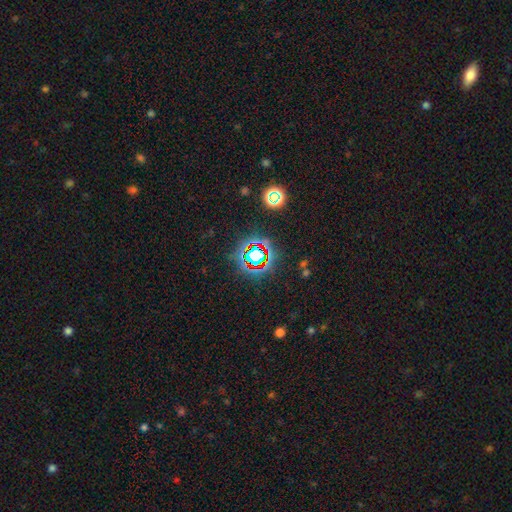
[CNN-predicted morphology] A star or artifact, not a galaxy (71%).

Vote fractions:
- Smooth or featured? star or artifact: 71% / smooth: 17% / featured or disk: 11%